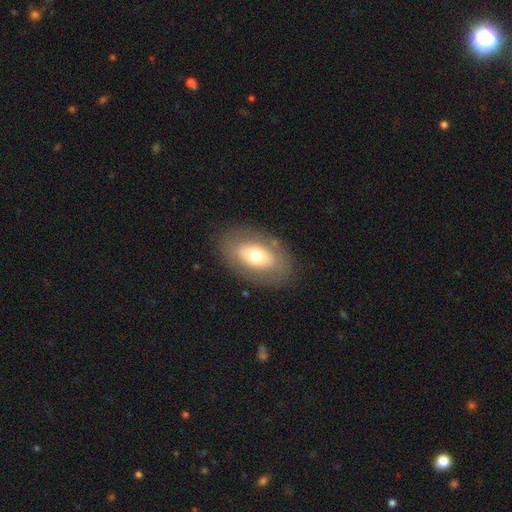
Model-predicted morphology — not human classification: type=smooth (60%); roundness=in between (89%); merging=none (82%).